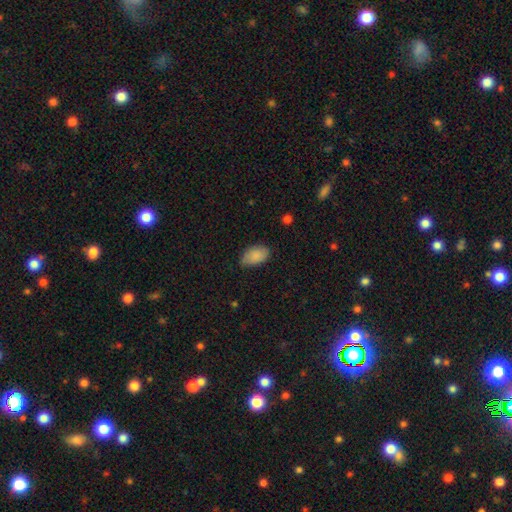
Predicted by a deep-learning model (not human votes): smooth_or_featured: smooth (p=0.87) [alt: star or artifact p=0.07]
how_rounded: in between (p=0.93) [alt: round p=0.06]
merging: none (p=0.73) [alt: minor disturbance p=0.22]